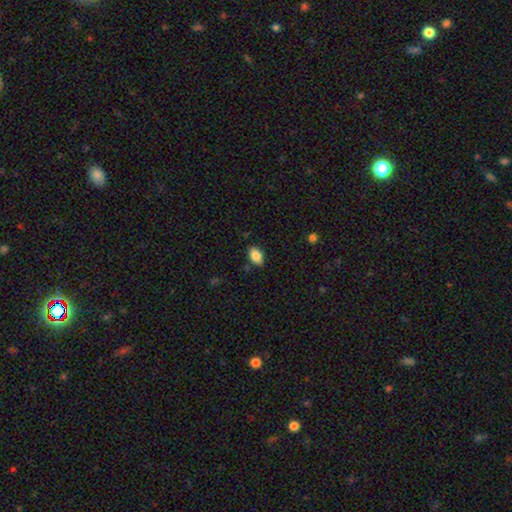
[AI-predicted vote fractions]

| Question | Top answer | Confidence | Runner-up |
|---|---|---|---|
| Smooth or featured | smooth | 86% | star or artifact (8%) |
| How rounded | in between | 88% | round (10%) |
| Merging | none | 84% | minor disturbance (11%) |